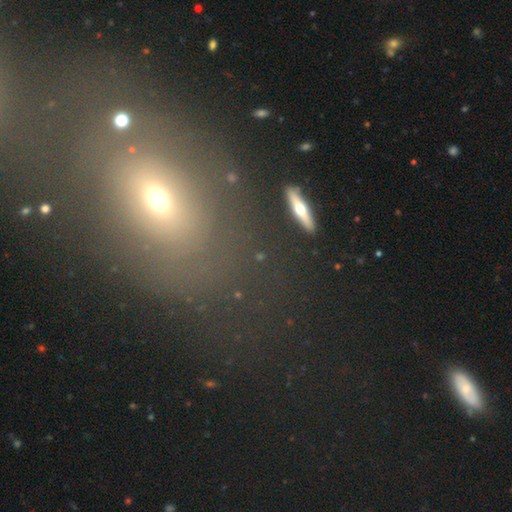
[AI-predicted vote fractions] smooth_or_featured: smooth (p=0.48) [alt: star or artifact p=0.33]
merging: none (p=0.67) [alt: minor disturbance p=0.13]